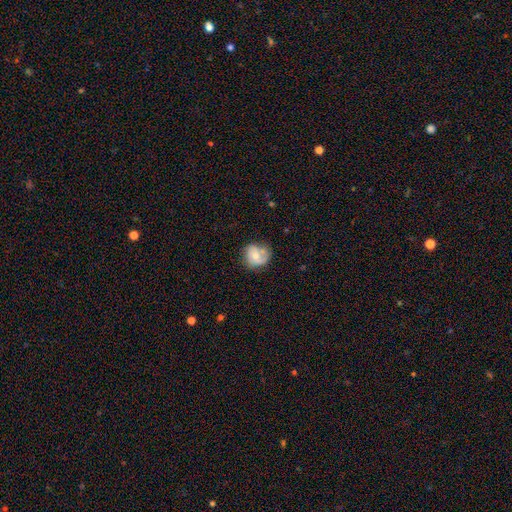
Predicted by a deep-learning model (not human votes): Morphology: type=smooth (47%); merging=none (53%).